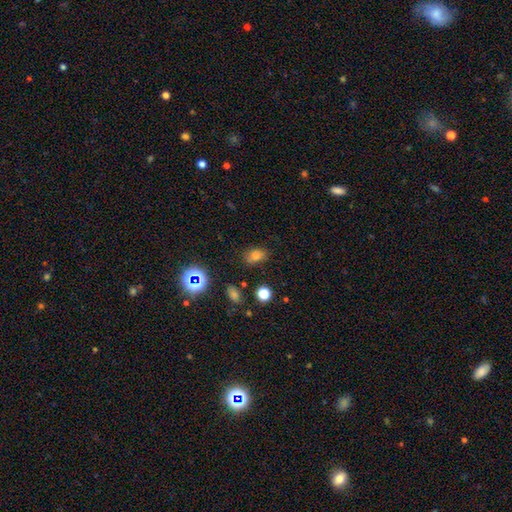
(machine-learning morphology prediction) This appears to be a smooth galaxy with no disk features (71%) that is in between round and cigar-shaped (74%). Merging: none (76%).